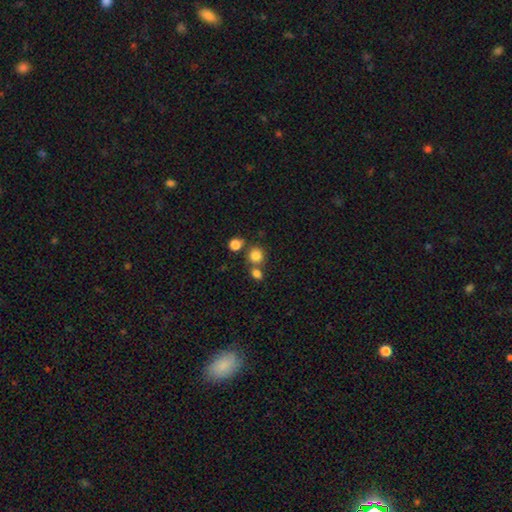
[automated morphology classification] type=smooth (81%); roundness=round (84%); merging=none (62%).